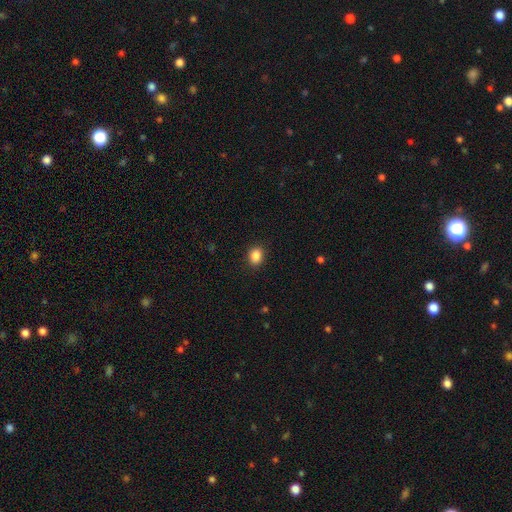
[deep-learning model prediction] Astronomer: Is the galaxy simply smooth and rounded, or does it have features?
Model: smooth — 87%.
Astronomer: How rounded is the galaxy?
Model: in between — 51% (runner-up: round, 48%).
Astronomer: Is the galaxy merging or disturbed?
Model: none — 89%.